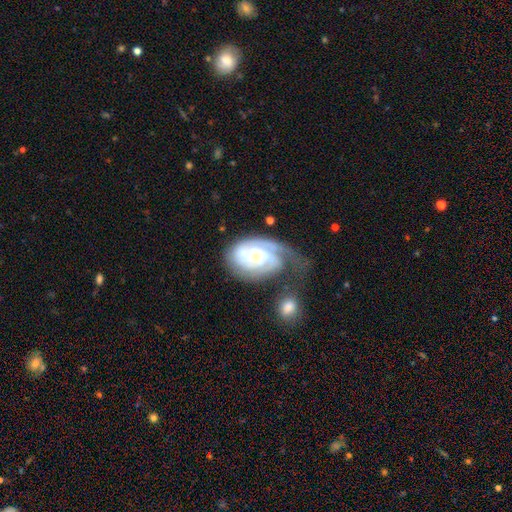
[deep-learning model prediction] A featured or disk galaxy (83%) with no bar (71%), 2 (30%) tight (66%) spiral arms (94%) and a small central bulge (63%).

Vote fractions:
- Smooth or featured? featured or disk: 83% / smooth: 11% / star or artifact: 5%
- Edge-on disk? no: 97% / yes: 3%
- Bar? no: 71% / weak: 23% / strong: 6%
- Spiral arms? yes: 94% / no: 6%
- Spiral winding? tight: 66% / medium: 26% / loose: 8%
- Spiral arm count? 2: 30% / can't tell: 27% / 3: 17% / 1: 17% / 4: 5% / more than 4: 4%
- Bulge size? small: 63% / moderate: 32% / large: 2% / none: 2% / dominant: 1%
- Merging? none: 33% / major disturbance: 28% / minor disturbance: 25% / merger: 14%